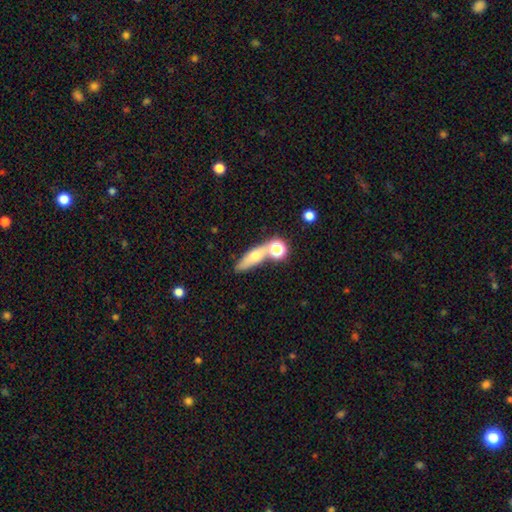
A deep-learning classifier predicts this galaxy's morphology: Smooth or featured? smooth (56%)
How rounded? cigar-shaped (56%)
Merging? none (58%)